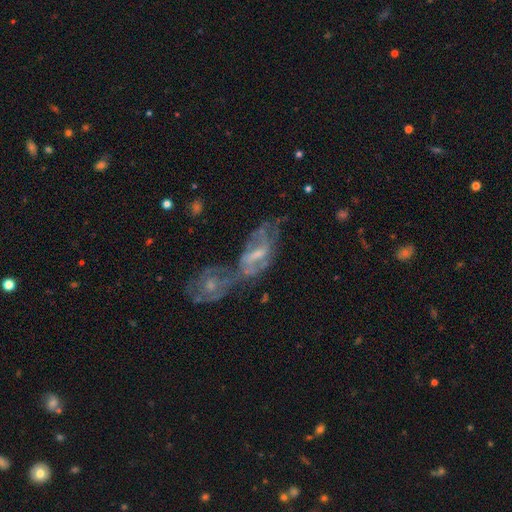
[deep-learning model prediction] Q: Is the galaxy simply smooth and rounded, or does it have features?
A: featured or disk — 71%.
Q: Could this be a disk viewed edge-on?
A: no — 91%.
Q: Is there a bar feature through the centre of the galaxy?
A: weak — 48%.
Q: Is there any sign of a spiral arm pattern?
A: yes — 69%.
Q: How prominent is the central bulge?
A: small — 43%.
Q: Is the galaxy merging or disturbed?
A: merger — 63%.